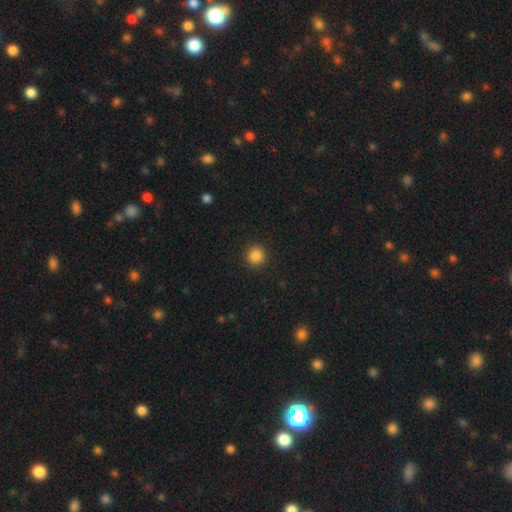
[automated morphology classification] Smooth or featured? smooth (86%)
How rounded? round (95%)
Merging? none (92%)